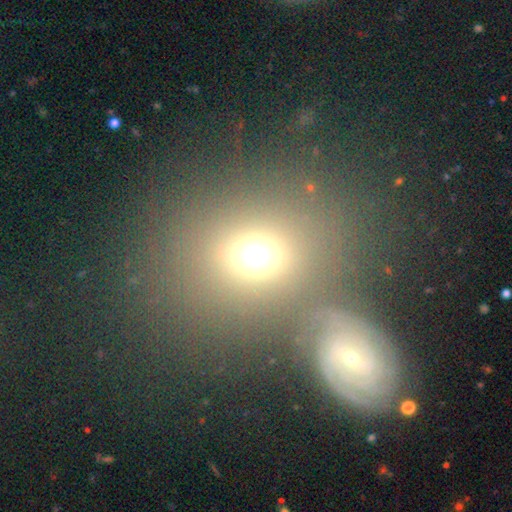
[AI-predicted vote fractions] Q: Smooth or featured?
A: smooth (62%); runner-up: star or artifact (26%)
Q: How rounded?
A: round (67%); runner-up: in between (31%)
Q: Merging?
A: none (74%); runner-up: minor disturbance (10%)